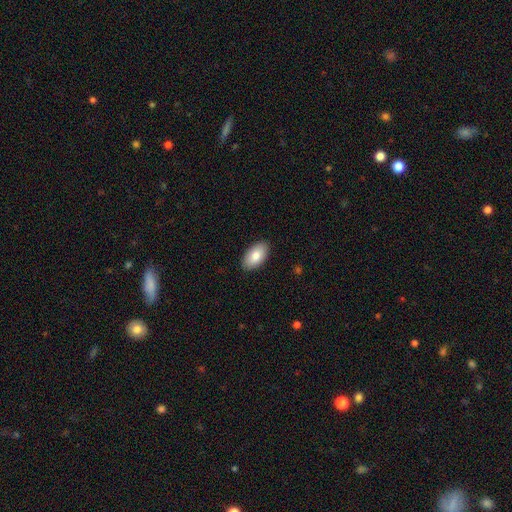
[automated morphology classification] This is clearly a smooth galaxy (82%). How rounded: clearly in between (95%). Merging: clearly none (89%).